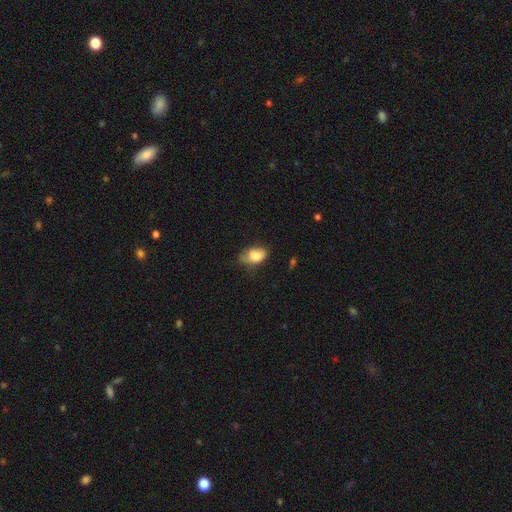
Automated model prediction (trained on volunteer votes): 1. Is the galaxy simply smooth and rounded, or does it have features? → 80% smooth, 12% featured or disk, 8% star or artifact.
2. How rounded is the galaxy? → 83% in between, 15% round, 2% cigar-shaped.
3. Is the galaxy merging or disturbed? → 43% none, 40% minor disturbance, 13% major disturbance, 3% merger.